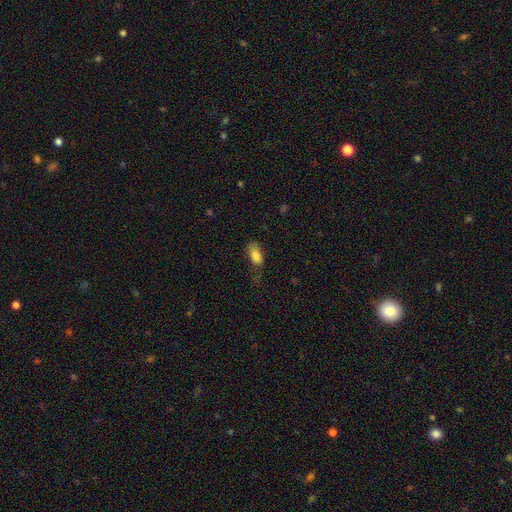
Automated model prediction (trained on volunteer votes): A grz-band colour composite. It shows a smooth galaxy with no disk features (84%) that is in between round and cigar-shaped (89%). Merging: none (54%).